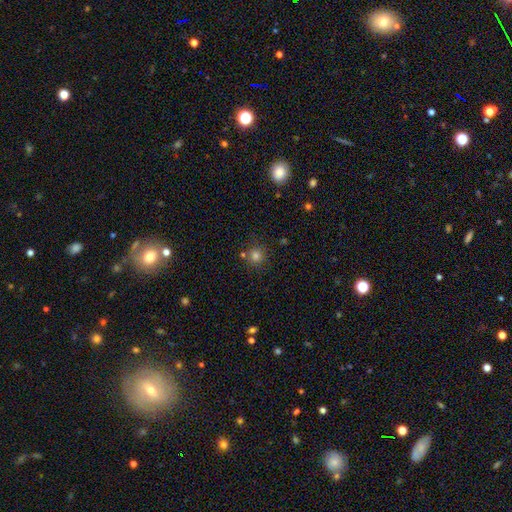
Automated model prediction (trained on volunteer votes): Smooth or featured? Predicted: smooth (p=0.77). How rounded? Predicted: round (p=0.93). Merging? Predicted: none (p=0.81).